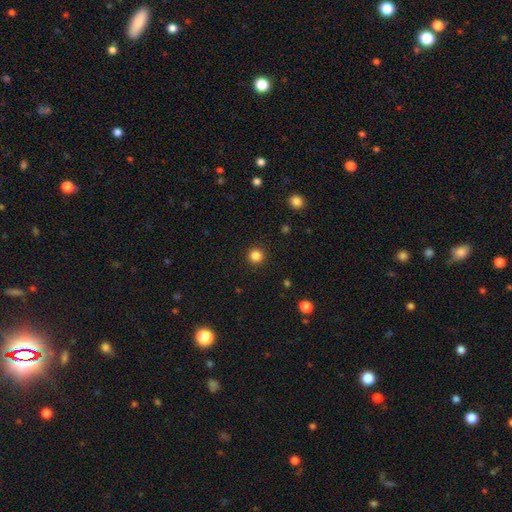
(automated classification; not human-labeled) Smooth or featured? Predicted: smooth (p=0.84). How rounded? Predicted: round (p=0.95). Merging? Predicted: none (p=0.92).